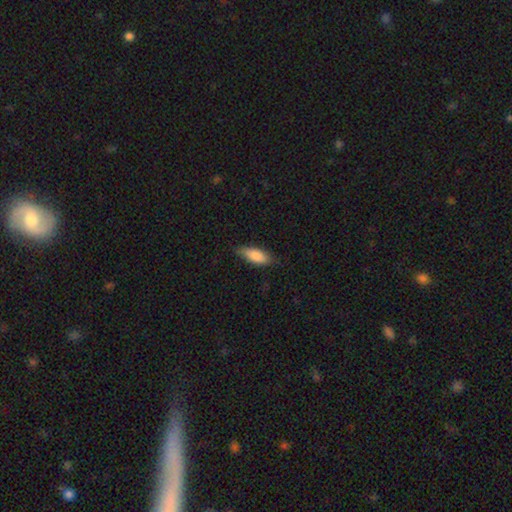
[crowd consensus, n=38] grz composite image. It shows a smooth galaxy with no disk features (89%) that is in between round and cigar-shaped (65%). Merging: none (91%).